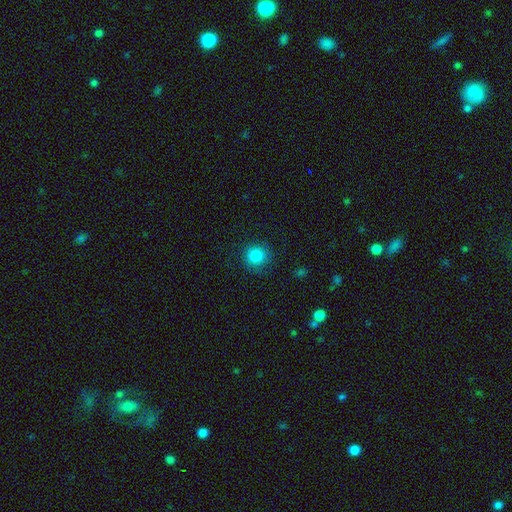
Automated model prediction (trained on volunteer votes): Overall: smooth (85%). How rounded: round (91%). Merging: none (86%).